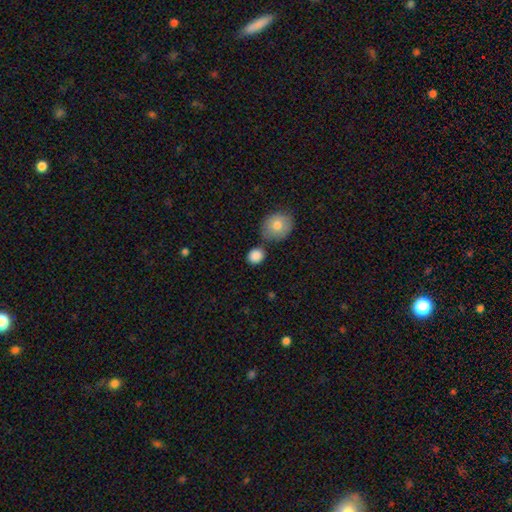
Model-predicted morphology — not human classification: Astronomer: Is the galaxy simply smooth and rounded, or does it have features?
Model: smooth — 87%.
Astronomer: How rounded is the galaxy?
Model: round — 76%.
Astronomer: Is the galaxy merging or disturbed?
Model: none — 71%.